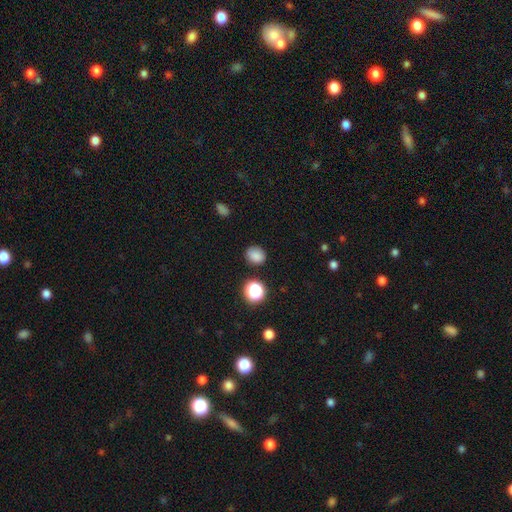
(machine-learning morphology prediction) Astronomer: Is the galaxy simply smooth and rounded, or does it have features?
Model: smooth — 82%.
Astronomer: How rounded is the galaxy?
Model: round — 70%.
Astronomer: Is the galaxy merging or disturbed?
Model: none — 85%.